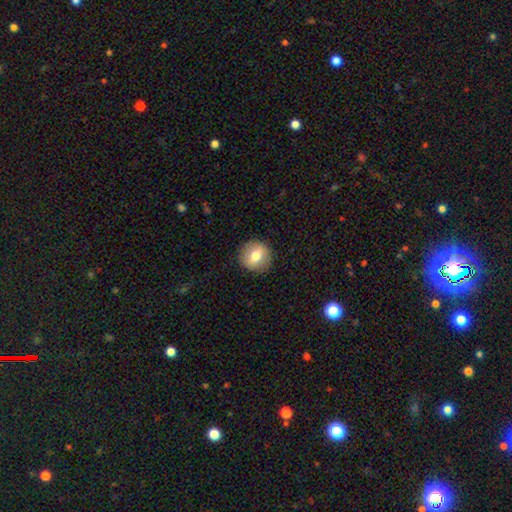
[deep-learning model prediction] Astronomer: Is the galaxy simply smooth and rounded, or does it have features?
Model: smooth — 68%.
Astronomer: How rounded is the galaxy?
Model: round — 87%.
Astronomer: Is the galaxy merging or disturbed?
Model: none — 89%.